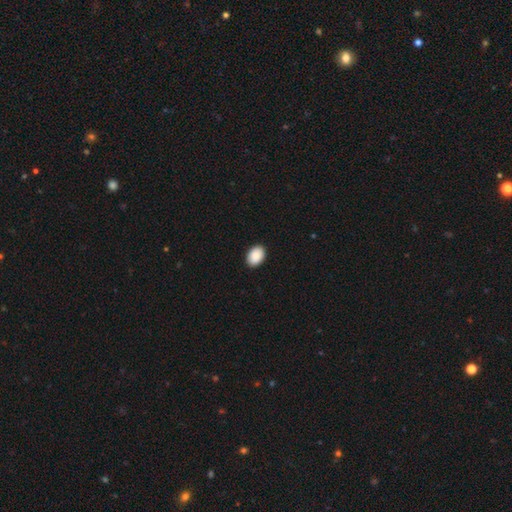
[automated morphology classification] A smooth galaxy with no disk features (91%) that is in between round and cigar-shaped (84%). Merging: none (91%).